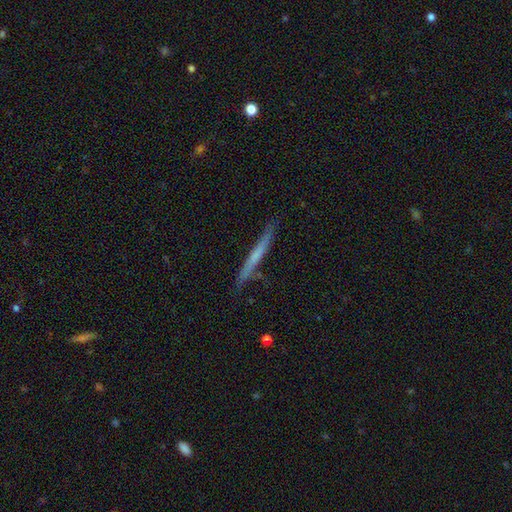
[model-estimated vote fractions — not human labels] smooth-or-featured: smooth: 47% (tied) | featured or disk: 47% (tied) | star or artifact: 6%
  merging: none: 82% | minor disturbance: 14% | major disturbance: 3% | merger: 2%